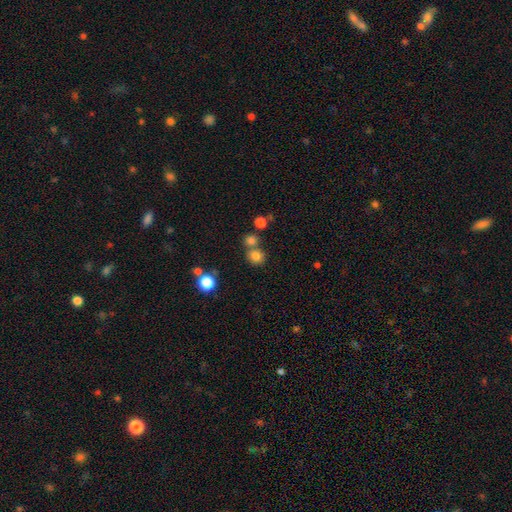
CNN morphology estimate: A smooth galaxy with no disk features (78%) that is round (83%). Merging: none (62%).